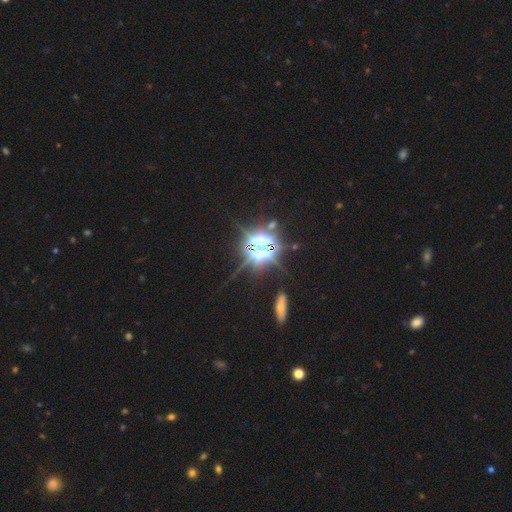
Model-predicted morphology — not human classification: Smooth or featured?
  - star or artifact: 84% *
  - smooth: 10%
  - featured or disk: 6%